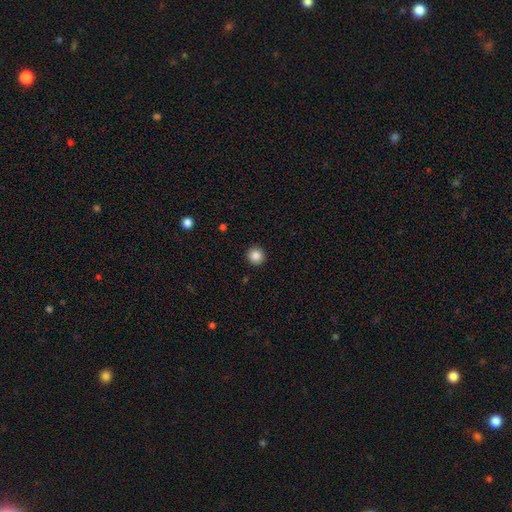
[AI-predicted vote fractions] Q: Smooth or featured?
A: smooth (86%); runner-up: star or artifact (10%)
Q: How rounded?
A: round (96%); runner-up: in between (3%)
Q: Merging?
A: none (93%); runner-up: minor disturbance (5%)